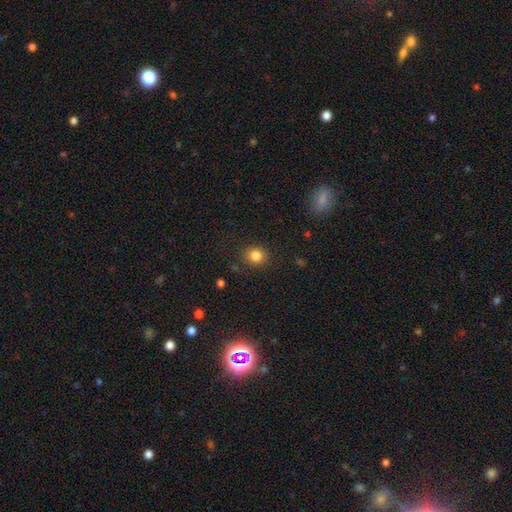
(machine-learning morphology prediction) smooth-or-featured: smooth: 84% | star or artifact: 11% | featured or disk: 5%
  how-rounded: round: 79% | in between: 20% | cigar-shaped: 1%
  merging: none: 87% | minor disturbance: 9% | major disturbance: 3% | merger: 1%